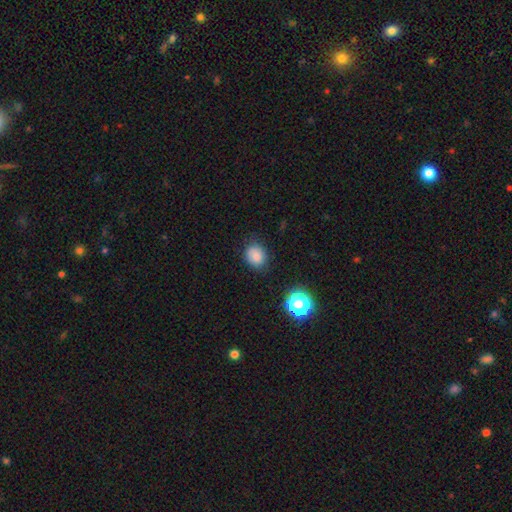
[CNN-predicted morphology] Smooth or featured? Predicted: smooth (p=0.81). How rounded? Predicted: round (p=0.65). Merging? Predicted: none (p=0.78).